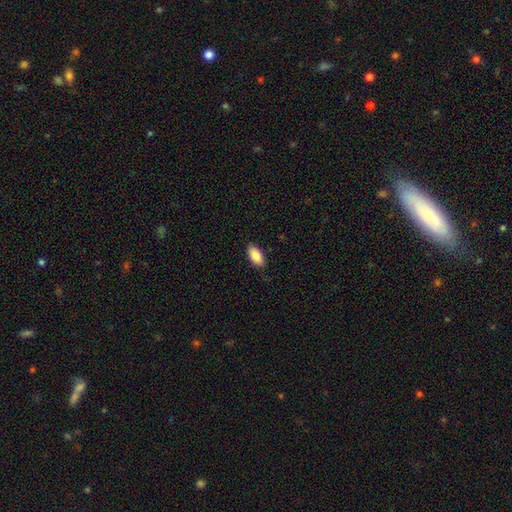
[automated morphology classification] Smooth or featured? smooth (88%)
How rounded? in between (91%)
Merging? none (84%)